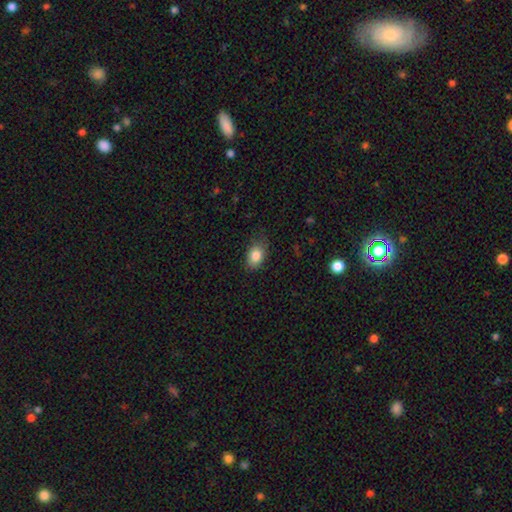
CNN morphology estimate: smooth-or-featured: smooth: 84% | star or artifact: 8% | featured or disk: 8%
  how-rounded: in between: 82% | round: 17% | cigar-shaped: 1%
  merging: none: 75% | minor disturbance: 20% | major disturbance: 4% | merger: 1%